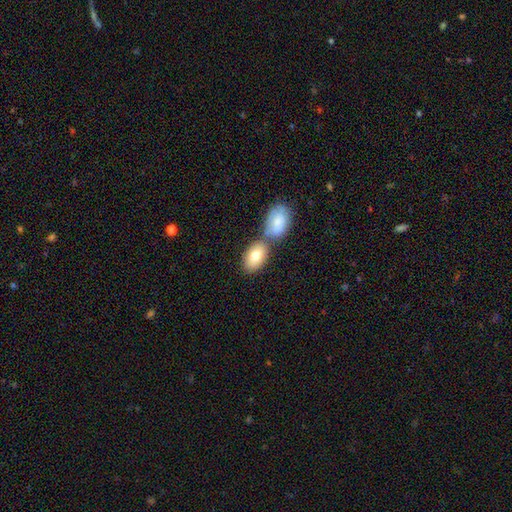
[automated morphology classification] Smooth or featured?
  - smooth: 79% *
  - featured or disk: 15%
  - star or artifact: 6%
How rounded?
  - in between: 91% *
  - round: 7%
  - cigar-shaped: 2%
Merging?
  - none: 49% *
  - merger: 37%
  - minor disturbance: 11%
  - major disturbance: 3%